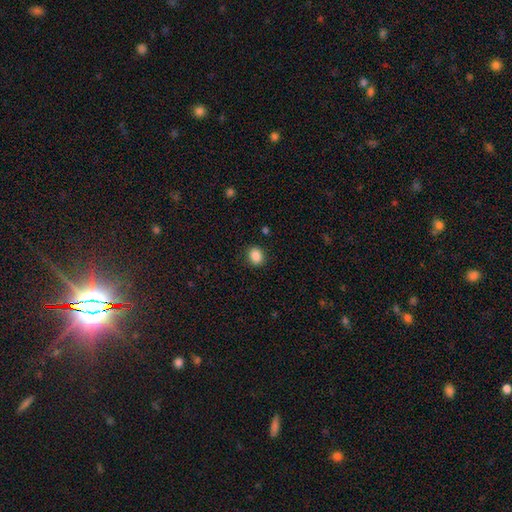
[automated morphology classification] This appears to be a smooth galaxy with no disk features (87%) that is round (55%). Merging: none (88%).